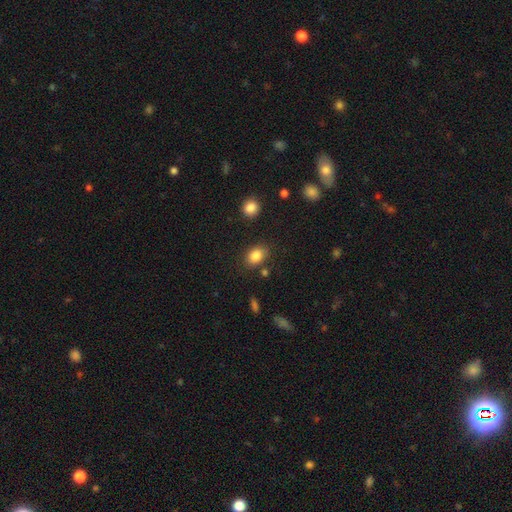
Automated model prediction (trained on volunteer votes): This is clearly a smooth galaxy (85%). How rounded: likely in between (78%). Merging: likely none (79%).